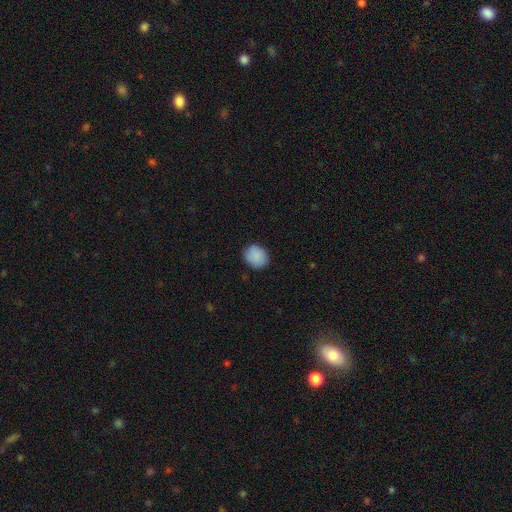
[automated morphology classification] Smooth or featured? smooth (88%)
How rounded? round (67%)
Merging? none (83%)